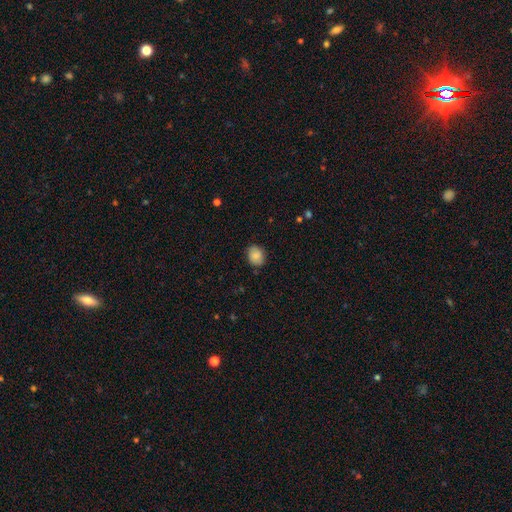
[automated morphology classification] Smooth or featured?
  - smooth: 84% *
  - featured or disk: 8%
  - star or artifact: 8%
How rounded?
  - round: 51% *
  - in between: 48%
  - cigar-shaped: 1%
Merging?
  - none: 84% *
  - minor disturbance: 13%
  - major disturbance: 3%
  - merger: 1%